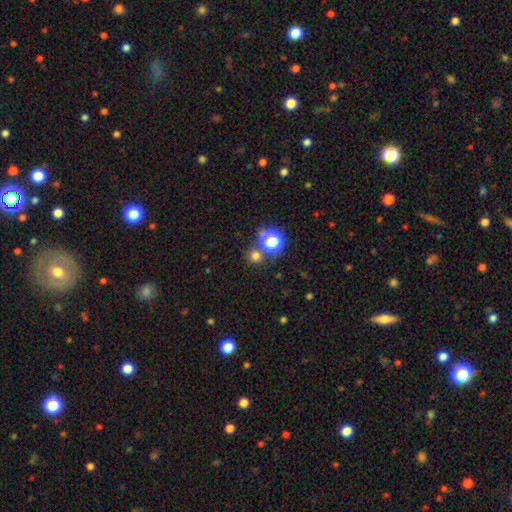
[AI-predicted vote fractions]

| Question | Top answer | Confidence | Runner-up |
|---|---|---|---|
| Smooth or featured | smooth | 70% | star or artifact (24%) |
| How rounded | round | 91% | in between (8%) |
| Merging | none | 72% | merger (17%) |